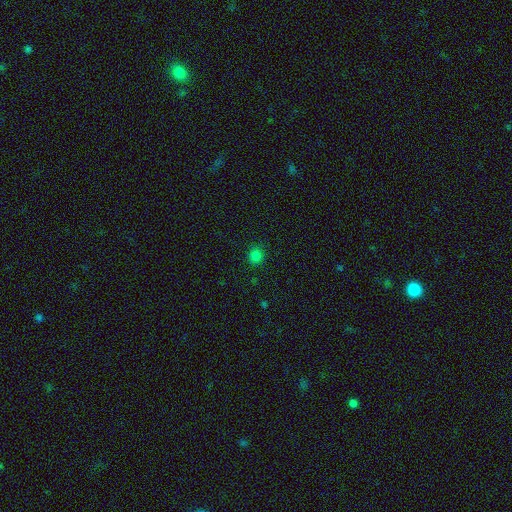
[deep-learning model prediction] Morphology: type=smooth (80%); roundness=round (84%); merging=none (89%).